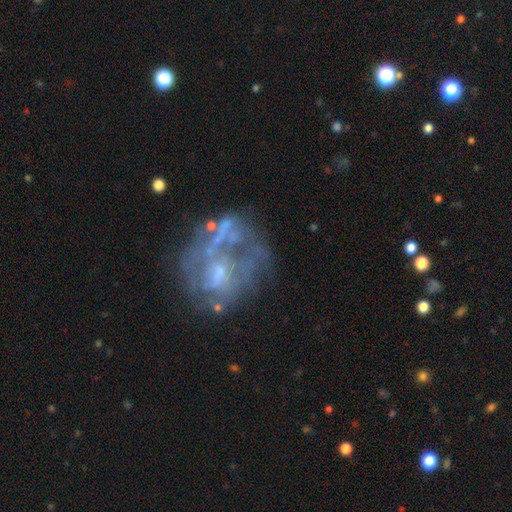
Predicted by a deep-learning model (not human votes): Smooth or featured? featured or disk (66%)
Edge-on disk? no (98%)
Bar? no (73%)
Spiral arms? no (73%)
Bulge size? small (40%)
Merging? none (40%)